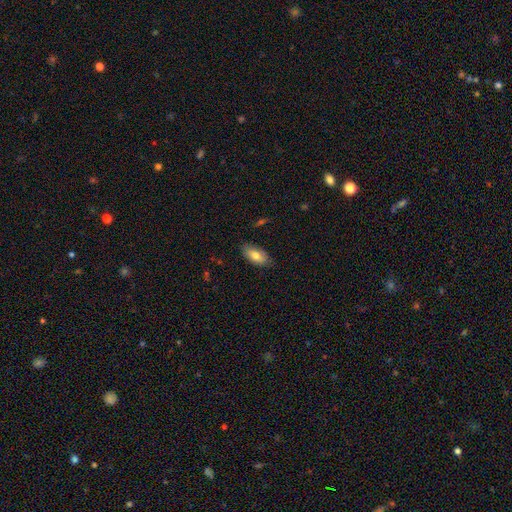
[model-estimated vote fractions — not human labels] Smooth or featured: smooth — 74% (featured or disk — 19%)
How rounded: in between — 90% (cigar-shaped — 7%)
Merging: none — 81% (minor disturbance — 16%)